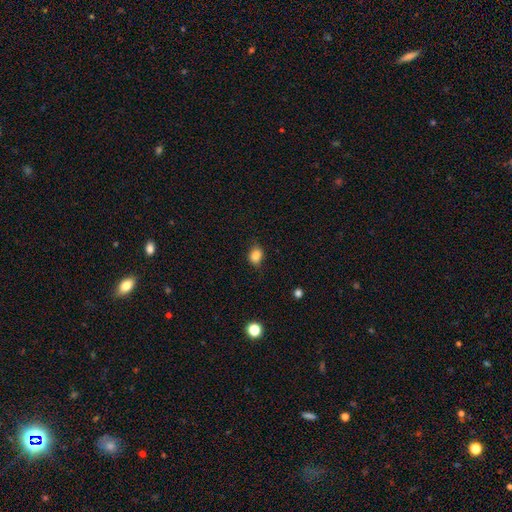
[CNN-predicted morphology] Overall: smooth (84%). How rounded: in between (57%; round 41%). Merging: none (78%).